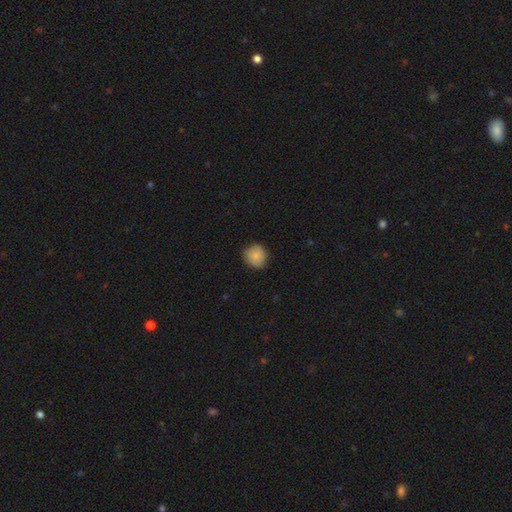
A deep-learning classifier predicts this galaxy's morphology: smooth 84%, featured or disk 8%, star or artifact 7%. Down the decision tree: how rounded — round (87%); merging — none (78%).